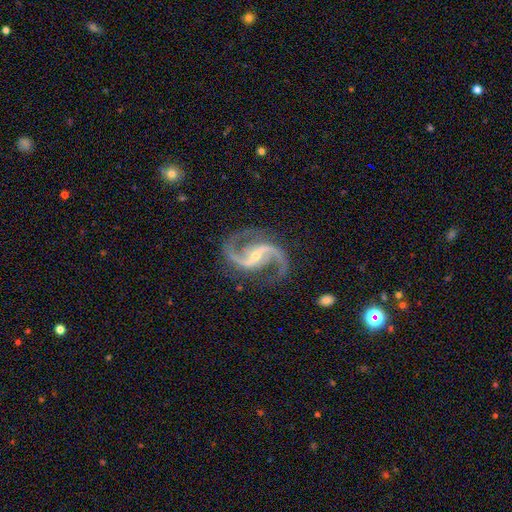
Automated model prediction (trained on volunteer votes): smooth-or-featured: featured or disk: 94% | star or artifact: 4% | smooth: 2%
  disk-edge-on: no: 98% | yes: 2%
    bar: strong: 44% | weak: 36% | no: 20%
    has-spiral-arms: yes: 99% | no: 1%
      spiral-winding: medium: 53% | loose: 38% | tight: 9%
      spiral-arm-count: 2: 94% | 3: 1% | can't tell: 1% | 1: 1% | 4: 1% | more than 4: 1%
    bulge-size: small: 69% | moderate: 27% | none: 2% | large: 1% | dominant: 1%
  merging: none: 82% | minor disturbance: 12% | major disturbance: 5% | merger: 2%